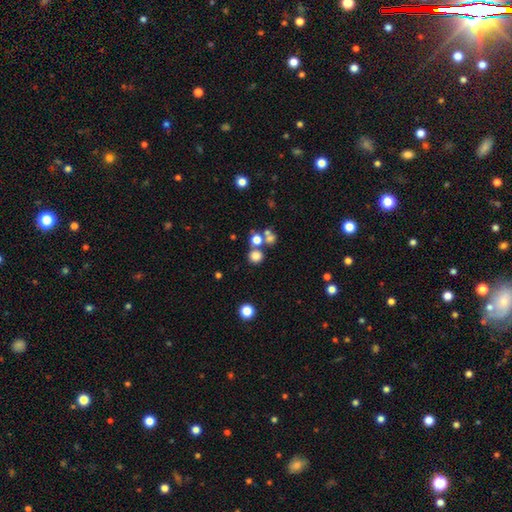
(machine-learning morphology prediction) Smooth or featured?
  - smooth: 76% *
  - star or artifact: 16%
  - featured or disk: 8%
How rounded?
  - round: 89% *
  - in between: 10%
  - cigar-shaped: 1%
Merging?
  - none: 66% *
  - merger: 22%
  - minor disturbance: 8%
  - major disturbance: 4%